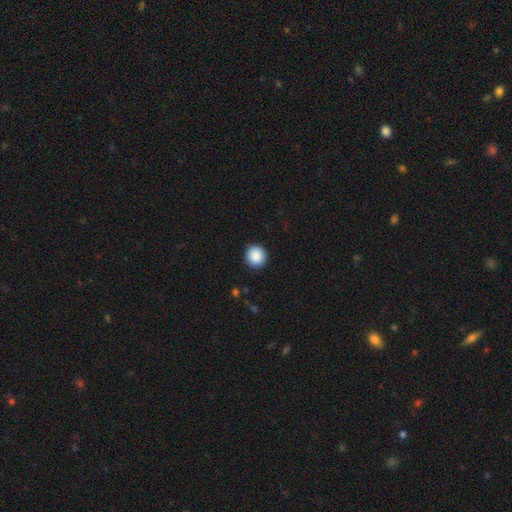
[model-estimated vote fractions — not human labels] Overall: smooth (89%). How rounded: round (93%). Merging: none (92%).